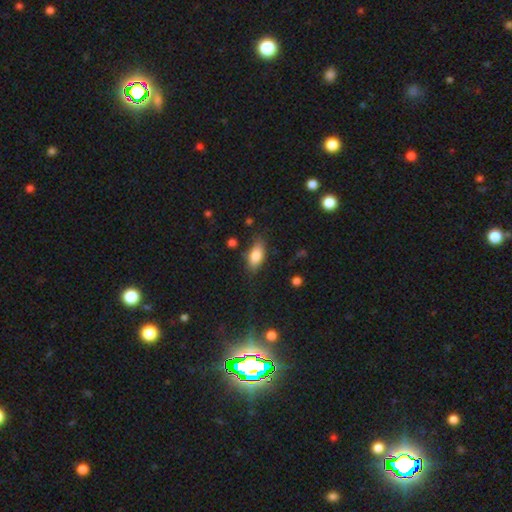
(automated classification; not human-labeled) smooth 80%, featured or disk 13%, star or artifact 7%. Down the decision tree: how rounded — in between (87%); merging — none (75%).